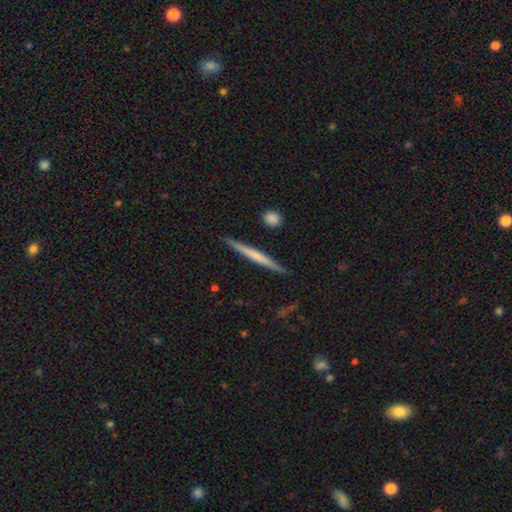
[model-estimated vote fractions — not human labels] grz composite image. It shows a featured or disk galaxy (49%). Merging: none (90%).